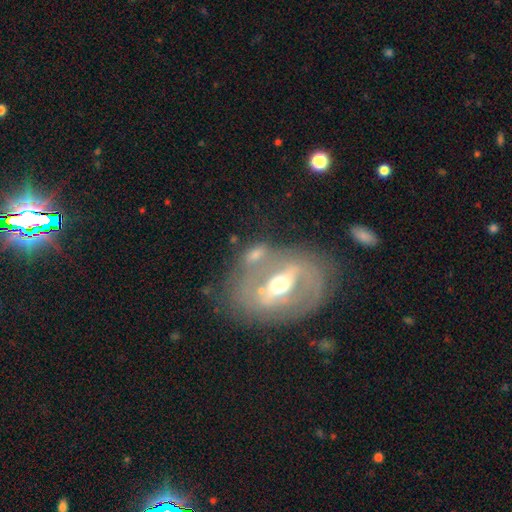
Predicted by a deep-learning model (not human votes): Smooth or featured? Predicted: featured or disk (p=0.74). Edge-on disk? Predicted: no (p=0.86). Bar? Predicted: strong (p=0.55). Spiral arms? Predicted: no (p=0.54). Bulge size? Predicted: moderate (p=0.73). Merging? Predicted: none (p=0.57).